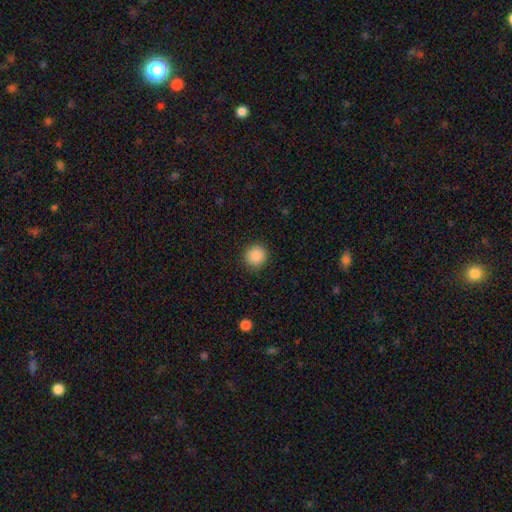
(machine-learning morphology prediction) smooth_or_featured: smooth (p=0.88) [alt: star or artifact p=0.09]
how_rounded: round (p=0.92) [alt: in between p=0.07]
merging: none (p=0.90) [alt: minor disturbance p=0.07]